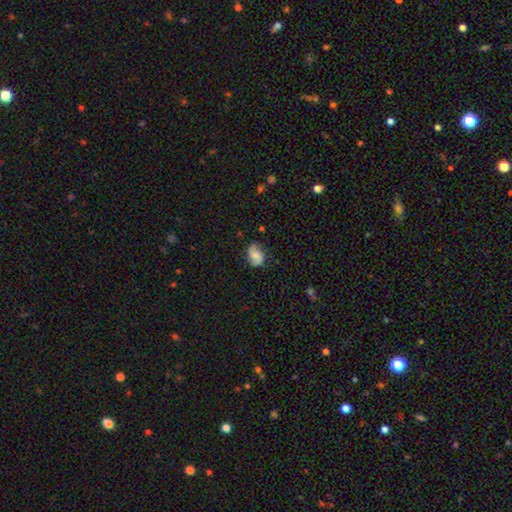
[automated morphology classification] smooth-or-featured: smooth: 54% | featured or disk: 37% | star or artifact: 9%
  how-rounded: in between: 70% | round: 29% | cigar-shaped: 1%
  merging: none: 69% | minor disturbance: 23% | major disturbance: 7% | merger: 2%